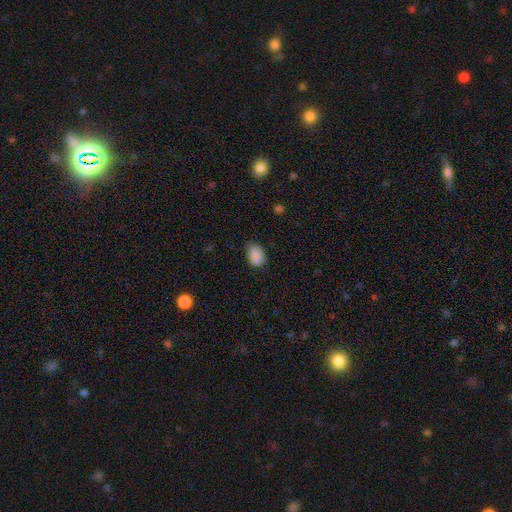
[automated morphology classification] Smooth or featured? smooth (89%)
How rounded? in between (81%)
Merging? none (74%)